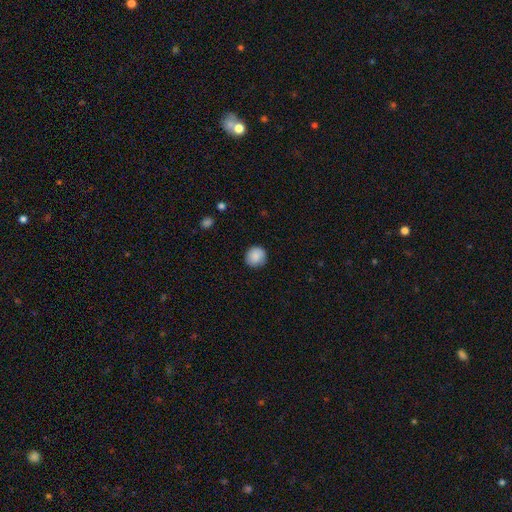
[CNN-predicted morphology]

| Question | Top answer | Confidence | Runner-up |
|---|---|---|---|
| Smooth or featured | smooth | 87% | star or artifact (8%) |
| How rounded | round | 90% | in between (9%) |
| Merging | none | 86% | minor disturbance (11%) |